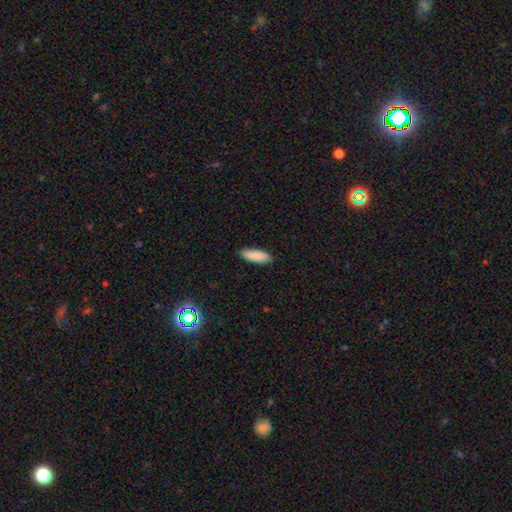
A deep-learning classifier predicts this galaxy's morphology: The model was most divided on "how rounded": in between: 65%, cigar-shaped: 33%, round: 2%. More confident: smooth or featured — smooth (90%); merging — none (89%).